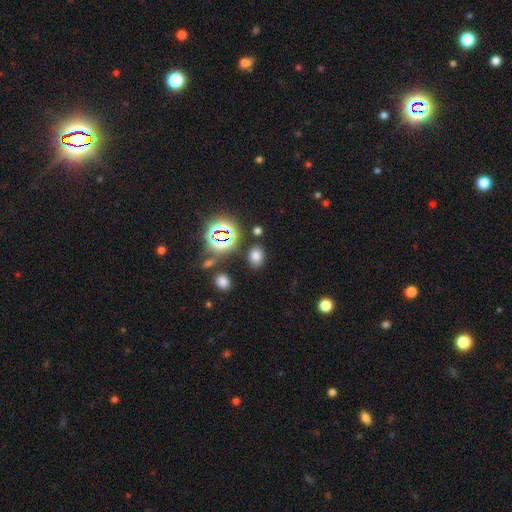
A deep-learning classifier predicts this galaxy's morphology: Smooth or featured? smooth (69%)
How rounded? in between (72%)
Merging? none (82%)